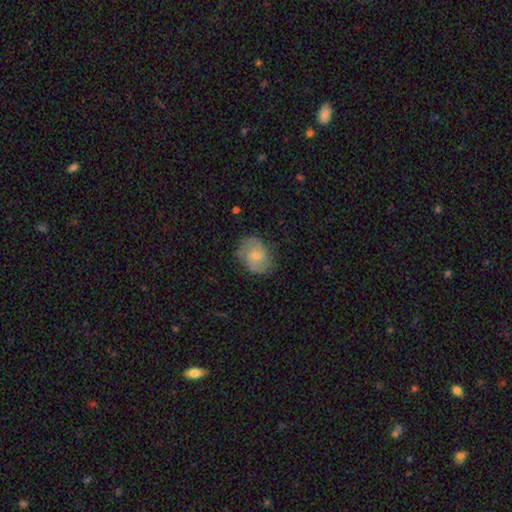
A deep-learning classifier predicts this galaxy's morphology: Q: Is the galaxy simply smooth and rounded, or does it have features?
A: featured or disk — 64%.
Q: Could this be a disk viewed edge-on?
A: no — 97%.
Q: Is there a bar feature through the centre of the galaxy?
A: no — 62%.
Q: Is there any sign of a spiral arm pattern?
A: yes — 91%.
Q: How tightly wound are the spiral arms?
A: medium — 46%.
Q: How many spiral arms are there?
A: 2 — 77%.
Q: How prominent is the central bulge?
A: small — 57%.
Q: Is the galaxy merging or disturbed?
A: none — 77%.